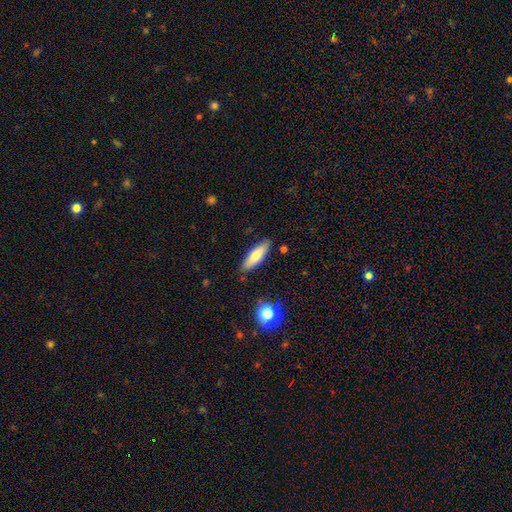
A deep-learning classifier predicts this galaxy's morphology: This appears to be a smooth galaxy with no disk features (74%) that is cigar-shaped (51%). Merging: none (85%).